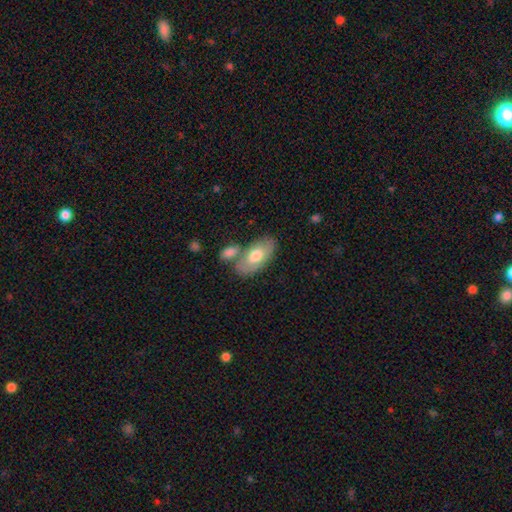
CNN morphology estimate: type=smooth (68%); roundness=in between (93%); merging=none (56%).